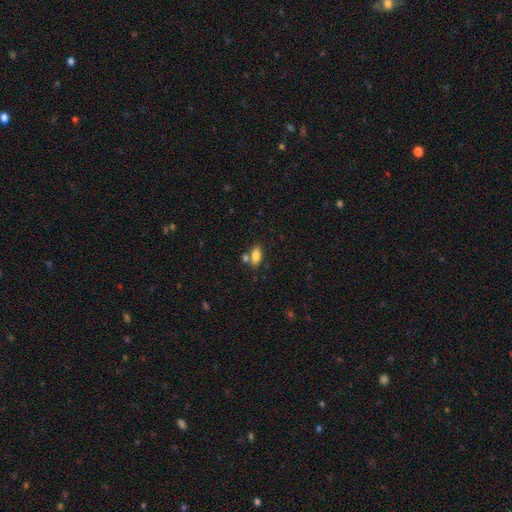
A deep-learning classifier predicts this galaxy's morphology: Overall: smooth (82%). How rounded: in between (87%). Merging: none (64%).